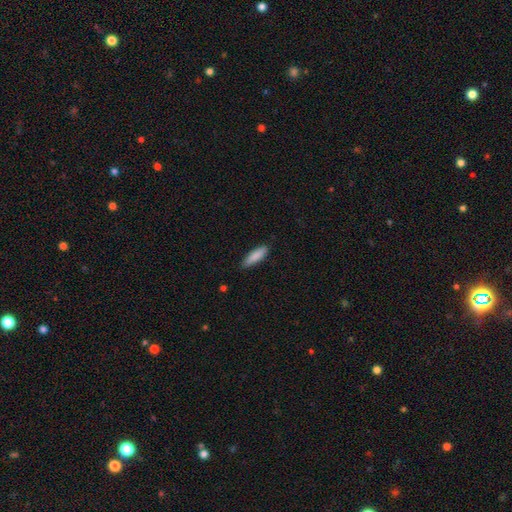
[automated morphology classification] Smooth or featured: smooth — 87% (featured or disk — 7%)
How rounded: cigar-shaped — 65% (in between — 34%)
Merging: none — 85% (minor disturbance — 12%)